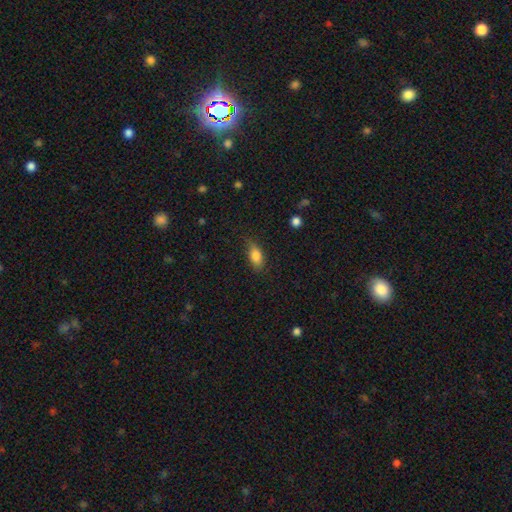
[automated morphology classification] The model was most divided on "merging": none: 75%, minor disturbance: 19%, major disturbance: 5%, merger: 1%. More confident: how rounded — in between (85%); smooth or featured — smooth (83%).